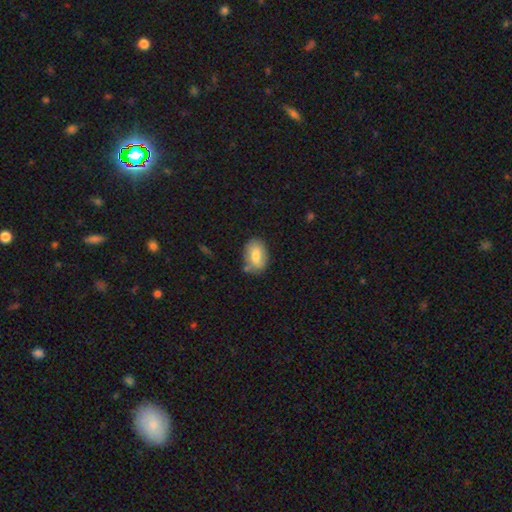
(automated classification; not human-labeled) smooth 73%, featured or disk 20%, star or artifact 7%. Down the decision tree: how rounded — in between (85%); merging — none (72%).